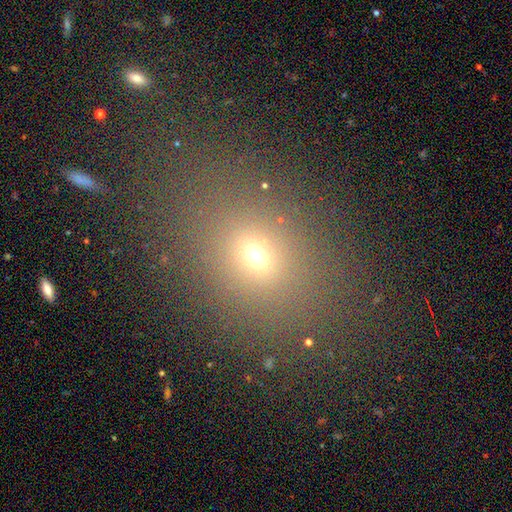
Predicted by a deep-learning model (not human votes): smooth_or_featured: smooth (p=0.64) [alt: star or artifact p=0.26]
how_rounded: in between (p=0.57) [alt: round p=0.40]
merging: none (p=0.80) [alt: minor disturbance p=0.10]